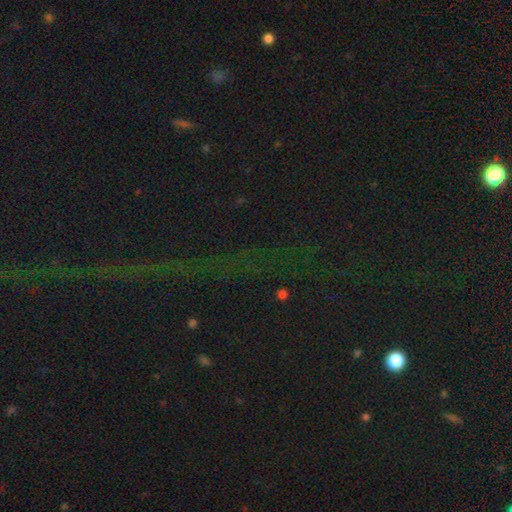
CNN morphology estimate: Q: Smooth or featured?
A: star or artifact (80%); runner-up: smooth (11%)